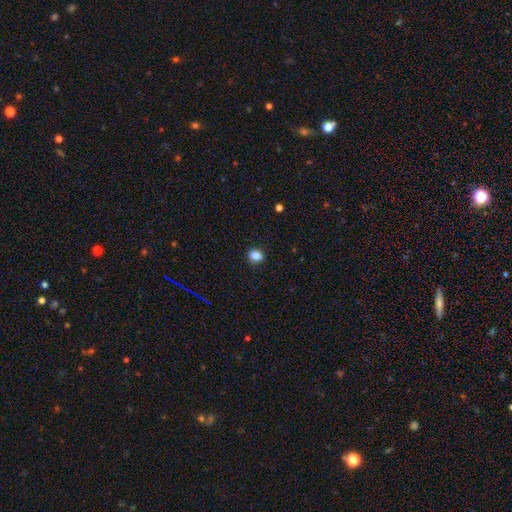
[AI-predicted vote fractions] Overall: smooth (85%). How rounded: round (49%, tied with in between). Merging: none (89%).